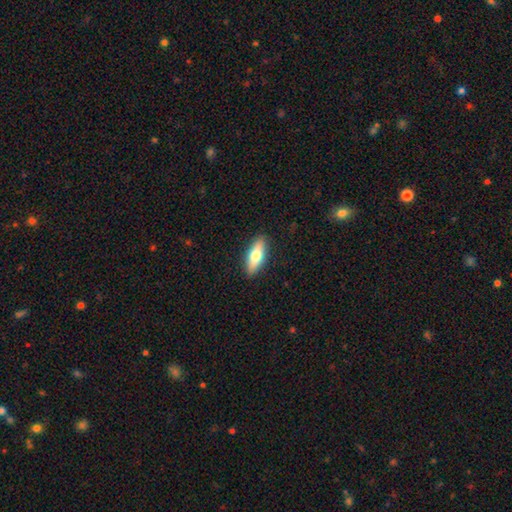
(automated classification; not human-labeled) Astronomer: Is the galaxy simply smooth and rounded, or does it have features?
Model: smooth — 64%.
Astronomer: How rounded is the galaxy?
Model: in between — 64%.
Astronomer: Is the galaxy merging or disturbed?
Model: none — 89%.